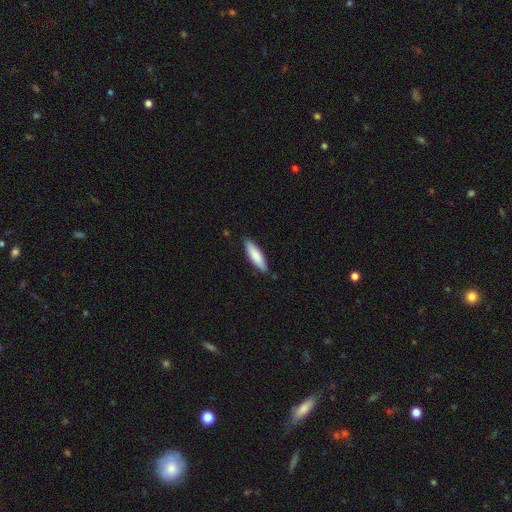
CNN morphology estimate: smooth-or-featured: smooth: 81% | featured or disk: 14% | star or artifact: 5%
  how-rounded: cigar-shaped: 62% | in between: 36% | round: 1%
  merging: none: 85% | minor disturbance: 12% | major disturbance: 2% | merger: 1%